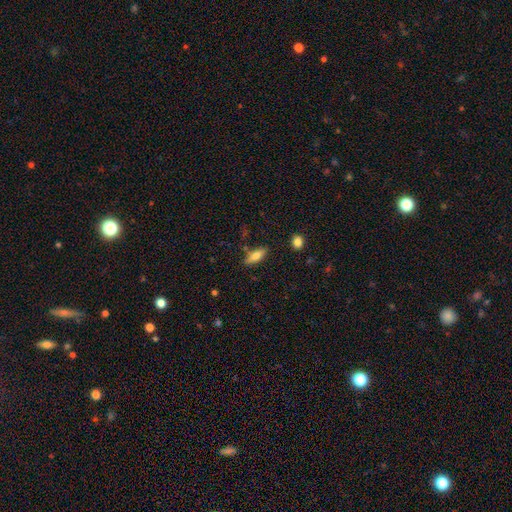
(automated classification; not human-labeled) This appears to be a smooth galaxy with no disk features (73%) that is in between round and cigar-shaped (59%). Merging: none (81%).